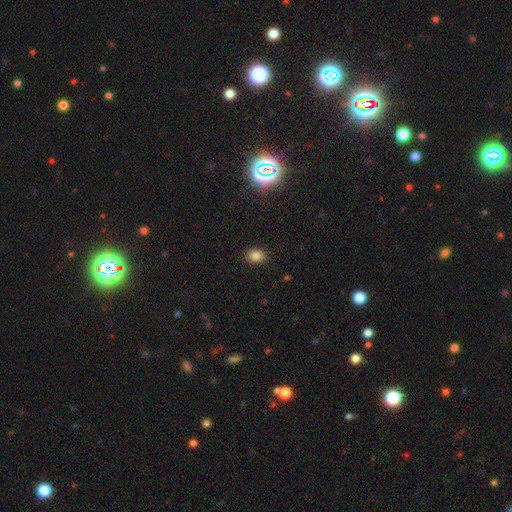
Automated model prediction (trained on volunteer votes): A smooth galaxy with no disk features (83%) that is in between round and cigar-shaped (79%). Merging: none (88%).